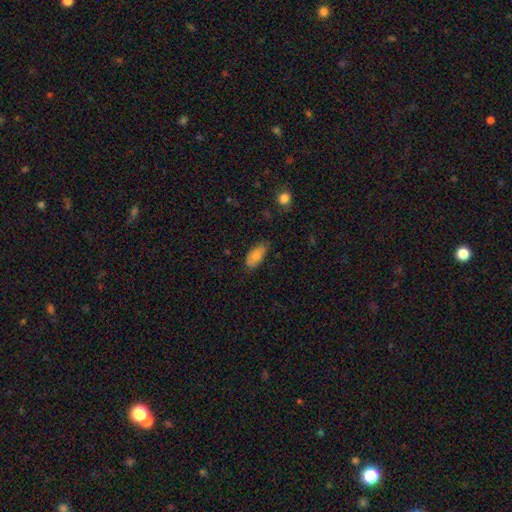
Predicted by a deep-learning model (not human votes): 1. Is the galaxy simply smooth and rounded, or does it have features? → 80% smooth, 13% featured or disk, 7% star or artifact.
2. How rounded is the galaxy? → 90% in between, 7% cigar-shaped, 3% round.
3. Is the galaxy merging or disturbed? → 66% none, 27% minor disturbance, 5% major disturbance, 2% merger.